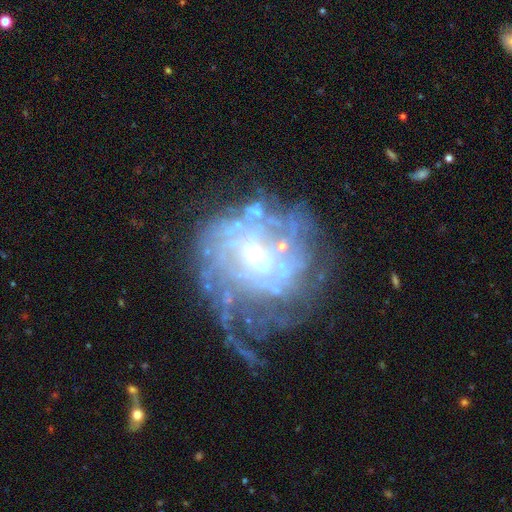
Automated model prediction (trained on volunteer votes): Smooth or featured? Predicted: featured or disk (p=0.80). Edge-on disk? Predicted: no (p=0.97). Bar? Predicted: weak (p=0.47). Spiral arms? Predicted: yes (p=0.72). Spiral winding? Predicted: tight (p=0.48). Spiral arm count? Predicted: can't tell (p=0.55). Bulge size? Predicted: small (p=0.47). Merging? Predicted: none (p=0.45).